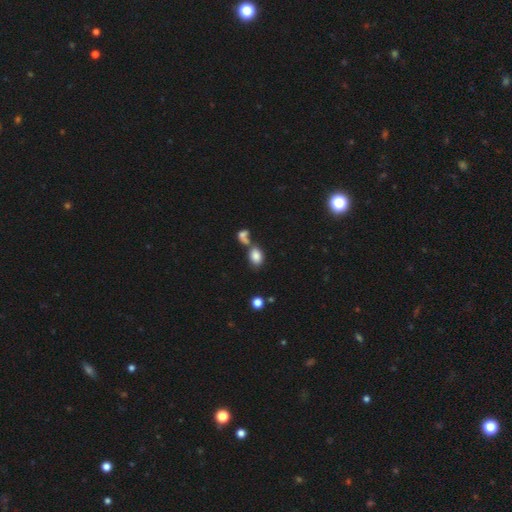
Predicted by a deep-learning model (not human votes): smooth_or_featured: smooth (p=0.83) [alt: star or artifact p=0.09]
how_rounded: in between (p=0.75) [alt: round p=0.24]
merging: merger (p=0.45) [alt: none p=0.38]